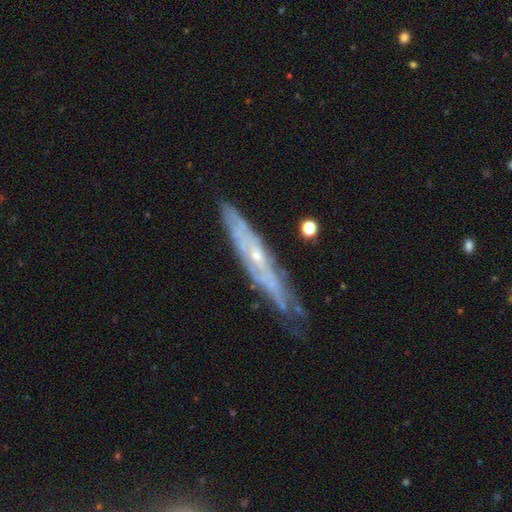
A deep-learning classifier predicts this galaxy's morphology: A featured or disk galaxy (76%) viewed edge-on (60%).

Vote fractions:
- Smooth or featured? featured or disk: 76% / smooth: 17% / star or artifact: 7%
- Edge-on disk? yes: 60% / no: 40%
- Merging? none: 69% / minor disturbance: 23% / major disturbance: 5% / merger: 2%